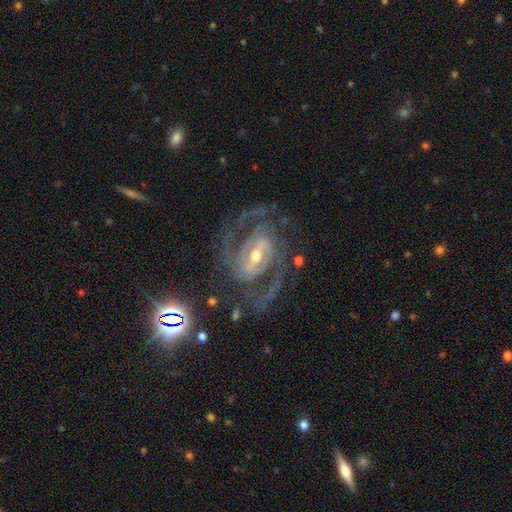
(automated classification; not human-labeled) smooth-or-featured: featured or disk: 91% | star or artifact: 6% | smooth: 3%
  disk-edge-on: no: 97% | yes: 3%
    bar: strong: 47% | weak: 39% | no: 14%
    has-spiral-arms: yes: 98% | no: 2%
      spiral-winding: medium: 57% | tight: 32% | loose: 11%
      spiral-arm-count: 2: 80% | 3: 8% | can't tell: 4% | 4: 3% | 1: 2% | more than 4: 2%
    bulge-size: moderate: 56% | small: 38% | large: 4% | none: 1% | dominant: 1%
  merging: none: 73% | minor disturbance: 14% | major disturbance: 11% | merger: 2%